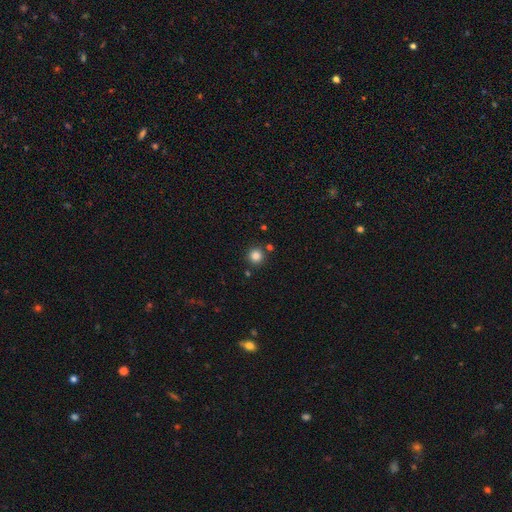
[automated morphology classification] Smooth or featured?
  - smooth: 84% *
  - star or artifact: 12%
  - featured or disk: 4%
How rounded?
  - round: 95% *
  - in between: 4%
  - cigar-shaped: 1%
Merging?
  - none: 86% *
  - minor disturbance: 7%
  - merger: 5%
  - major disturbance: 2%